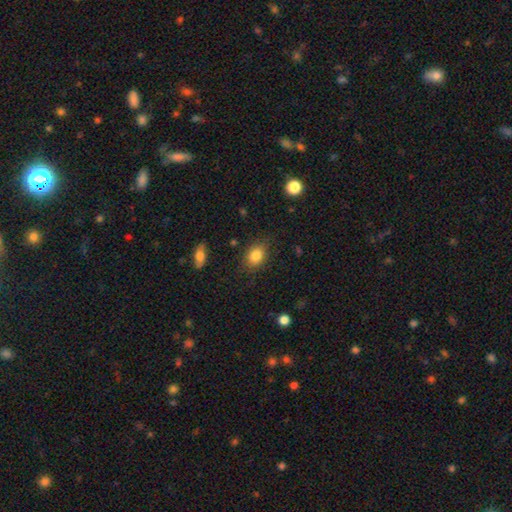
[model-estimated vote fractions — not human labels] Q: Smooth or featured?
A: smooth (84%); runner-up: star or artifact (9%)
Q: How rounded?
A: in between (64%); runner-up: round (34%)
Q: Merging?
A: none (81%); runner-up: minor disturbance (14%)